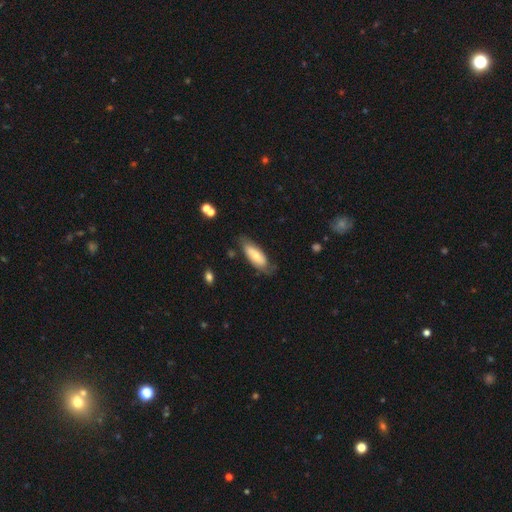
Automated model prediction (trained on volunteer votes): smooth_or_featured: smooth (p=0.58) [alt: featured or disk p=0.35]
how_rounded: in between (p=0.71) [alt: cigar-shaped p=0.27]
merging: none (p=0.64) [alt: minor disturbance p=0.25]